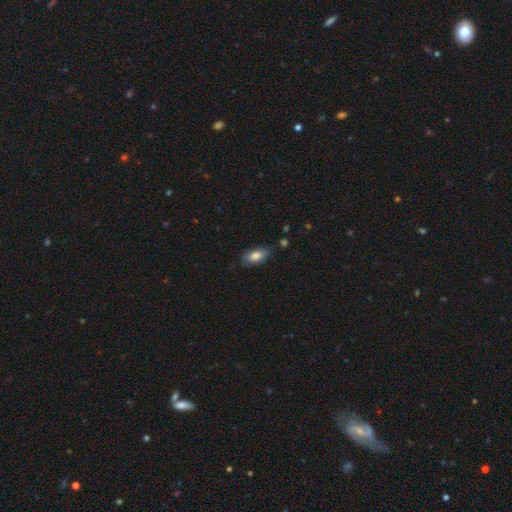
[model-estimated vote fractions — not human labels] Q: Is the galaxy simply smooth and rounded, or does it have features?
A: smooth — 82%.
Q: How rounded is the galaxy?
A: in between — 91%.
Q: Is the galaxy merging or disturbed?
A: none — 79%.